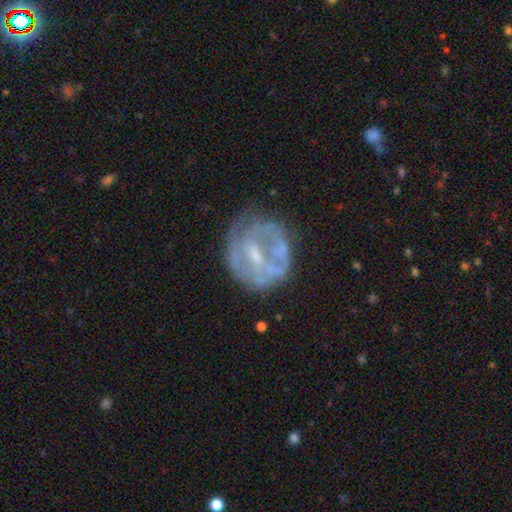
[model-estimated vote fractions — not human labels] A featured or disk galaxy (68%) with no bar (47%), no spiral arms (61%) and a small central bulge (47%). Merging: none (54%).